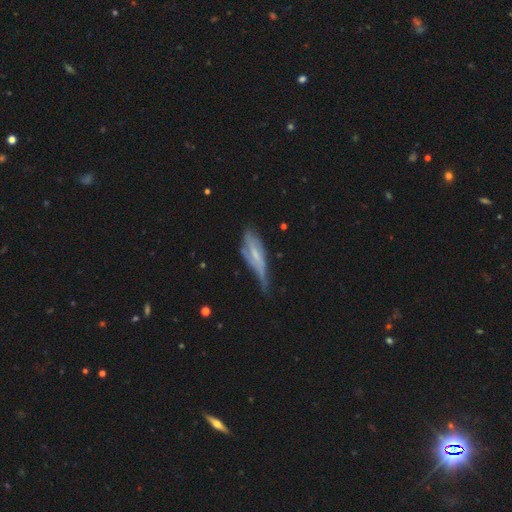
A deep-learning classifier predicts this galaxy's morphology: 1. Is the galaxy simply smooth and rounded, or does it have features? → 58% featured or disk, 34% smooth, 8% star or artifact.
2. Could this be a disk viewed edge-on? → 54% no, 46% yes.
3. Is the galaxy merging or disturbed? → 40% minor disturbance, 30% none, 26% major disturbance, 4% merger.